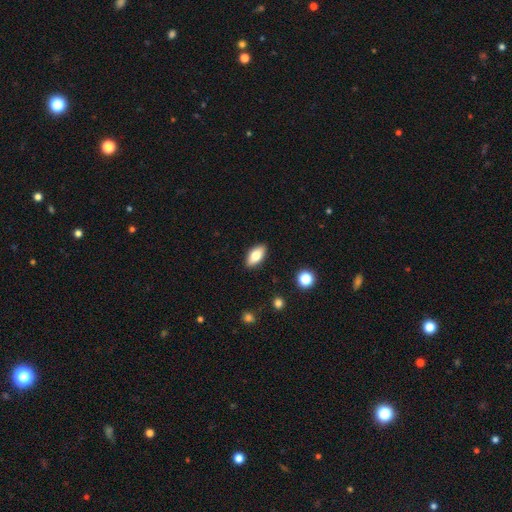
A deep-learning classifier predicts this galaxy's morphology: Q: Smooth or featured?
A: smooth (77%); runner-up: featured or disk (16%)
Q: How rounded?
A: in between (89%); runner-up: cigar-shaped (8%)
Q: Merging?
A: none (89%); runner-up: minor disturbance (8%)